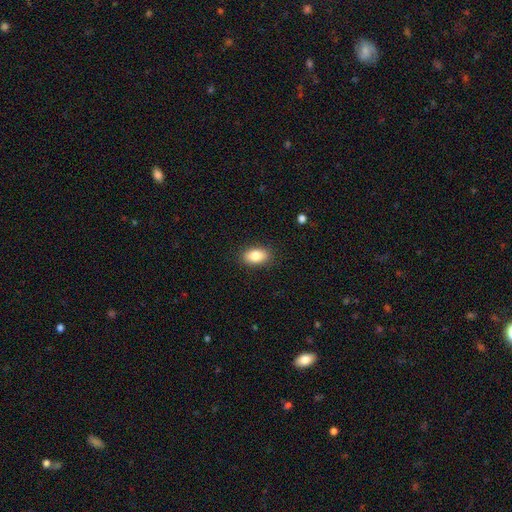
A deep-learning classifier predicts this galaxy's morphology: Overall: smooth (84%). How rounded: in between (89%). Merging: none (88%).